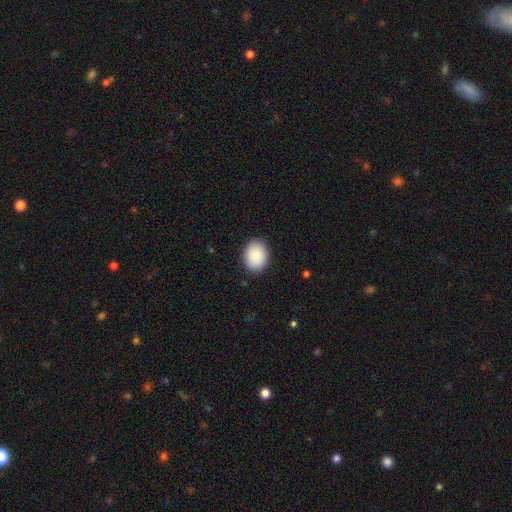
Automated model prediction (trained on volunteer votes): Smooth or featured: smooth — 90% (star or artifact — 6%)
How rounded: in between — 58% (round — 41%)
Merging: none — 87% (minor disturbance — 9%)